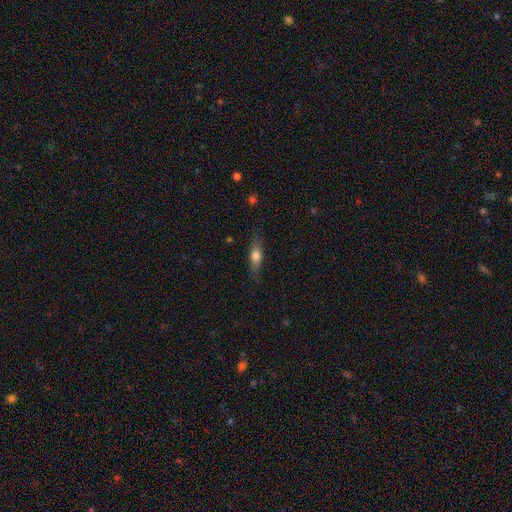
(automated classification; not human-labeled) Smooth or featured?
  - smooth: 62% *
  - featured or disk: 31%
  - star or artifact: 7%
How rounded?
  - cigar-shaped: 51% *
  - in between: 45%
  - round: 4%
Merging?
  - none: 80% *
  - minor disturbance: 15%
  - major disturbance: 3%
  - merger: 1%